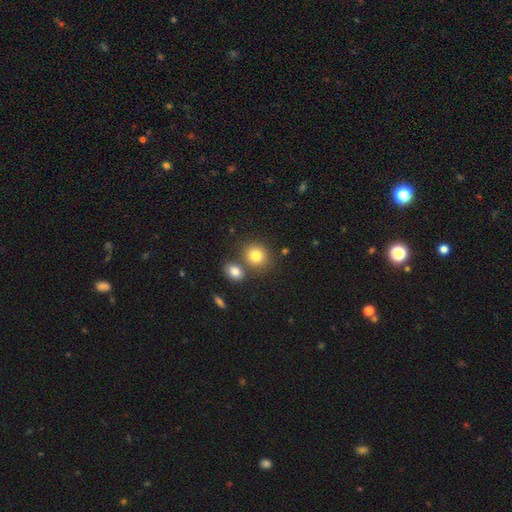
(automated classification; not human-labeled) A smooth galaxy with no disk features (81%) that is round (80%). Merging: none (66%).